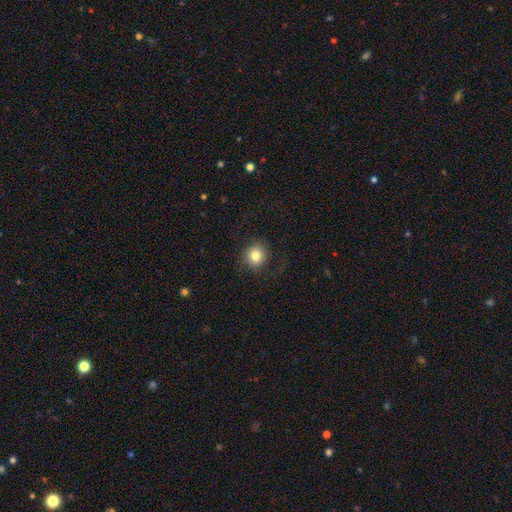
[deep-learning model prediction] Smooth or featured? Predicted: smooth (p=0.82). How rounded? Predicted: round (p=0.90). Merging? Predicted: none (p=0.85).